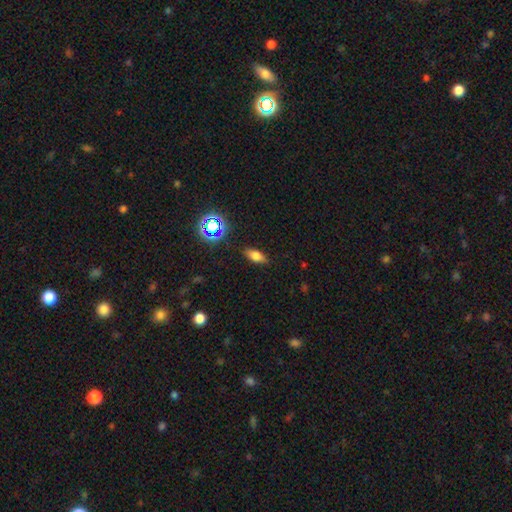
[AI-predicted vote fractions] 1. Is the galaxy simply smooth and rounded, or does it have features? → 70% smooth, 15% star or artifact, 15% featured or disk.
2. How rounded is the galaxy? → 78% in between, 16% cigar-shaped, 6% round.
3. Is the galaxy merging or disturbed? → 86% none, 10% minor disturbance, 3% major disturbance, 1% merger.